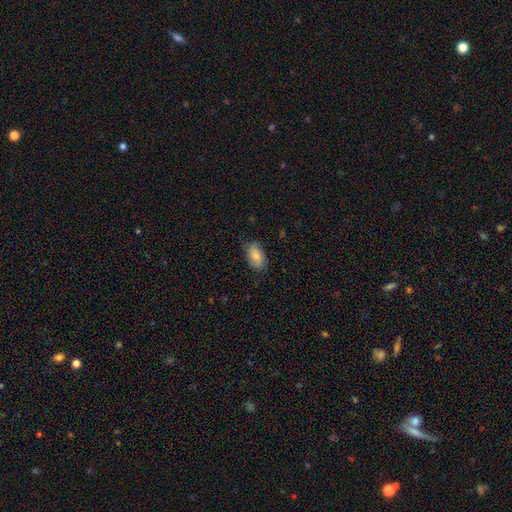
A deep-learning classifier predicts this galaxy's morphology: smooth-or-featured: smooth: 77% | featured or disk: 16% | star or artifact: 7%
  how-rounded: in between: 92% | round: 5% | cigar-shaped: 3%
  merging: none: 74% | minor disturbance: 20% | major disturbance: 4% | merger: 1%